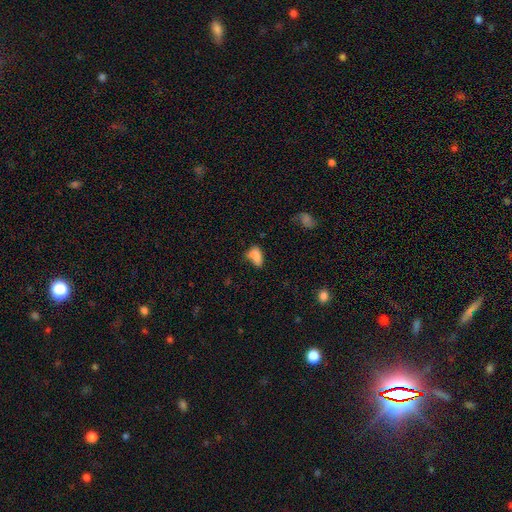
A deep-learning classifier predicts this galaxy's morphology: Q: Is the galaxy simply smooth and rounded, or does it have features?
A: smooth — 79%.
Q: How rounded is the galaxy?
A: in between — 88%.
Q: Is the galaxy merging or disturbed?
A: none — 38%.